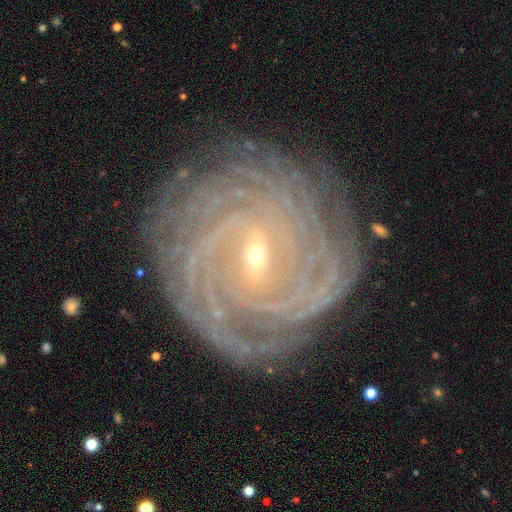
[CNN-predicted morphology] Smooth or featured? featured or disk (88%)
Edge-on disk? no (97%)
Bar? weak (50%)
Spiral arms? yes (98%)
Spiral winding? tight (82%)
Spiral arm count? can't tell (25%)
Bulge size? small (69%)
Merging? none (82%)